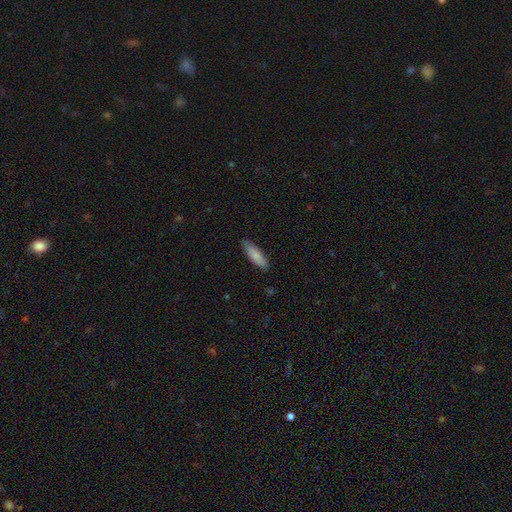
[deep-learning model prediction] The model was most divided on "how rounded": cigar-shaped: 58%, in between: 40%, round: 1%. More confident: smooth or featured — smooth (84%); merging — none (81%).